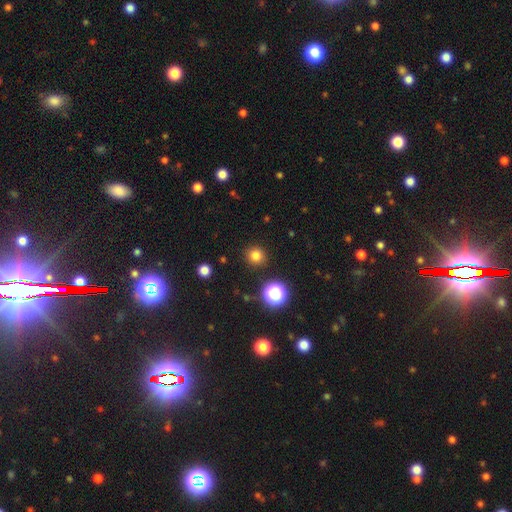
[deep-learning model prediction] Overall: smooth (79%). How rounded: round (92%). Merging: none (91%).